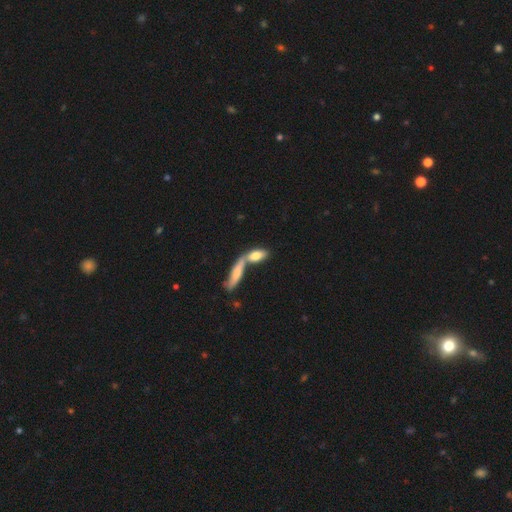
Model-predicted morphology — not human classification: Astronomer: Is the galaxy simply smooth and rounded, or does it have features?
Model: smooth — 74%.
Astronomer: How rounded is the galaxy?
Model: in between — 70%.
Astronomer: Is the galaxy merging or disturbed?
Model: merger — 57%.